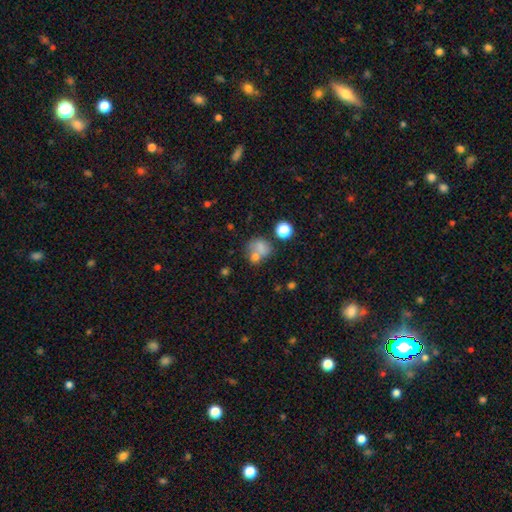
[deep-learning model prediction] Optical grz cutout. It shows a smooth galaxy with no disk features (56%) that is round (71%). Merging: none (49%).